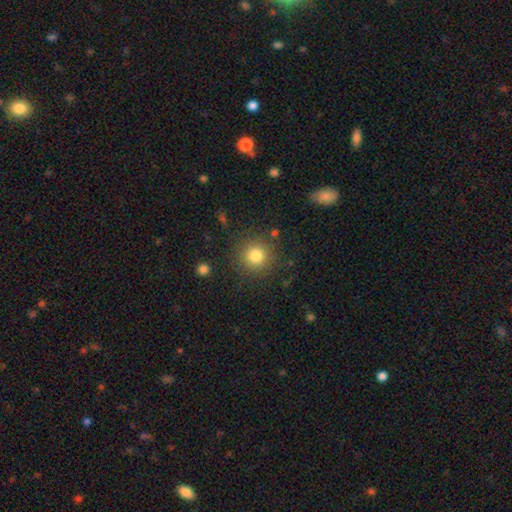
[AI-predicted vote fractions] A smooth galaxy with no disk features (81%) that is round (93%).

Vote fractions:
- Smooth or featured? smooth: 81% / star or artifact: 12% / featured or disk: 7%
- How rounded? round: 93% / in between: 6% / cigar-shaped: 1%
- Merging? none: 86% / minor disturbance: 8% / major disturbance: 4% / merger: 2%